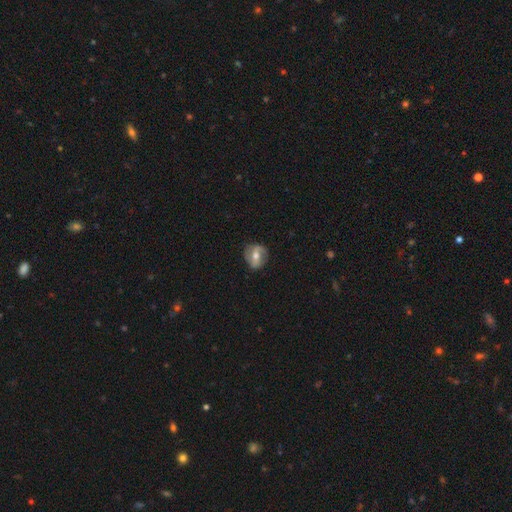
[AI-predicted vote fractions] featured or disk 60%, smooth 33%, star or artifact 7%. Down the decision tree: edge-on disk — no (93%); bar — strong (43%); spiral arms — yes (68%); bulge size — moderate (71%); merging — none (78%).